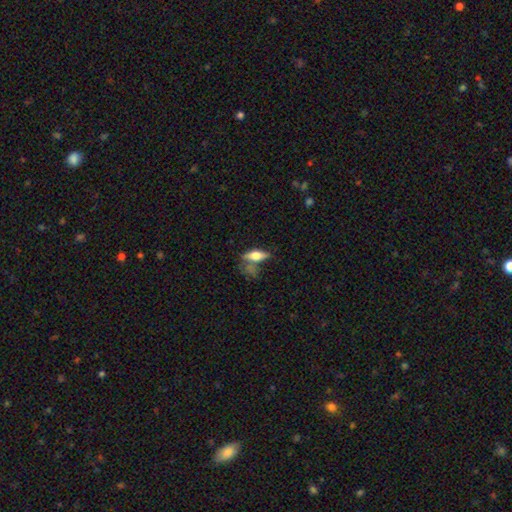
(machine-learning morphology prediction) type=smooth (54%); roundness=in between (55%); merging=none (44%).